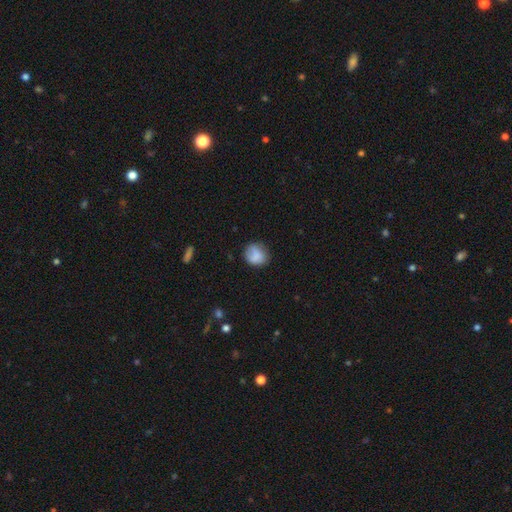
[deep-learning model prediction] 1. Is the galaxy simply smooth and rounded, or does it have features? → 80% smooth, 12% featured or disk, 8% star or artifact.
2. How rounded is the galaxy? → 70% round, 29% in between, 1% cigar-shaped.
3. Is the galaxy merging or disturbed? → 66% none, 24% minor disturbance, 8% major disturbance, 2% merger.